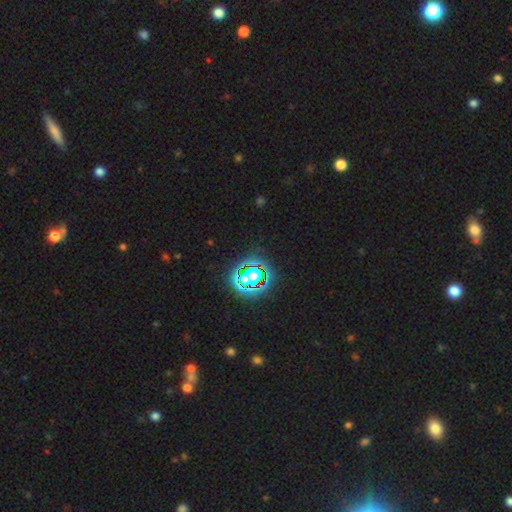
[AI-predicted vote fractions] A star or artifact, not a galaxy (77%).

Vote fractions:
- Smooth or featured? star or artifact: 77% / smooth: 15% / featured or disk: 8%